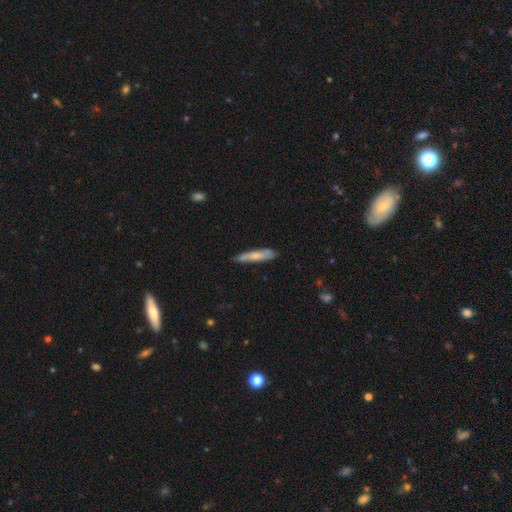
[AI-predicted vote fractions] This is likely a smooth galaxy (68%). How rounded: clearly cigar-shaped (87%). Merging: likely none (76%).